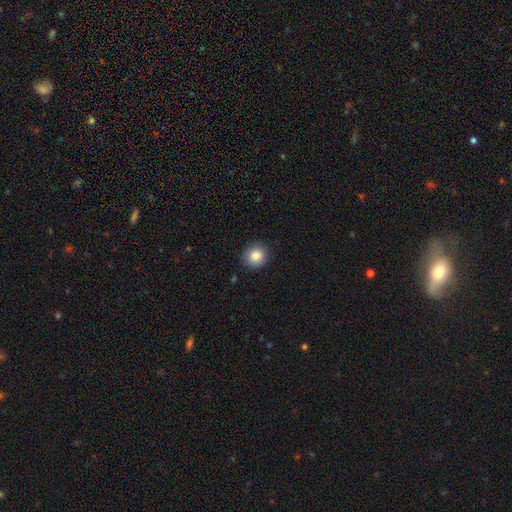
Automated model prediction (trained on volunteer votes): A smooth galaxy with no disk features (85%) that is round (88%). Merging: none (89%).